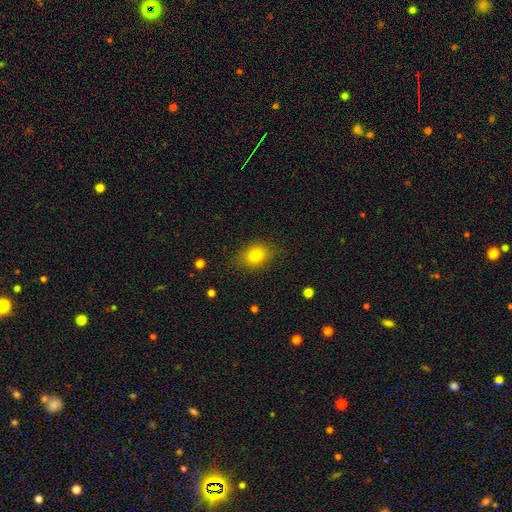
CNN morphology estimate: smooth 79%, star or artifact 11%, featured or disk 10%. Down the decision tree: how rounded — in between (57%); merging — none (82%).